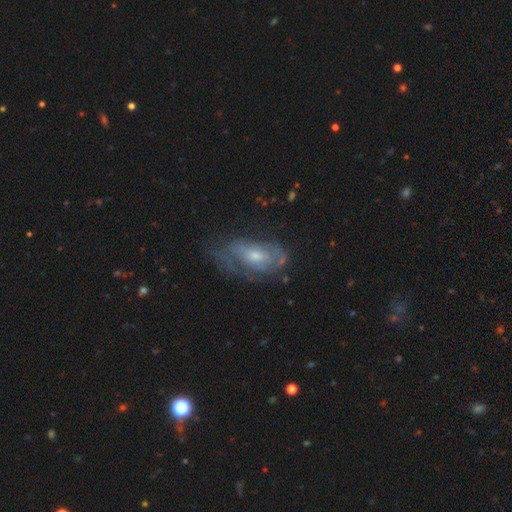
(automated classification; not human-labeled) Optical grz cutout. It shows a featured or disk galaxy (61%) with no bar (68%), spiral arms (66%) and a moderate central bulge (48%). Merging: none (62%).